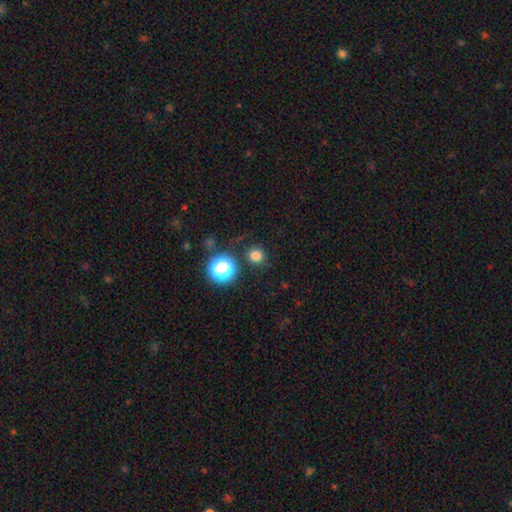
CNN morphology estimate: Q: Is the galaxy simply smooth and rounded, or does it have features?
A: smooth — 77%.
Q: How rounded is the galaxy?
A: round — 88%.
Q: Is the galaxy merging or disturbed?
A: none — 85%.